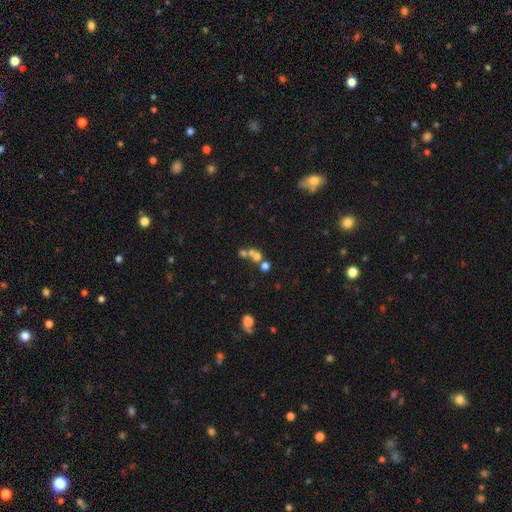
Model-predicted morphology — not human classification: Overall: smooth (56%; star or artifact 23%). How rounded: round (76%). Merging: merger (51%; none 36%).